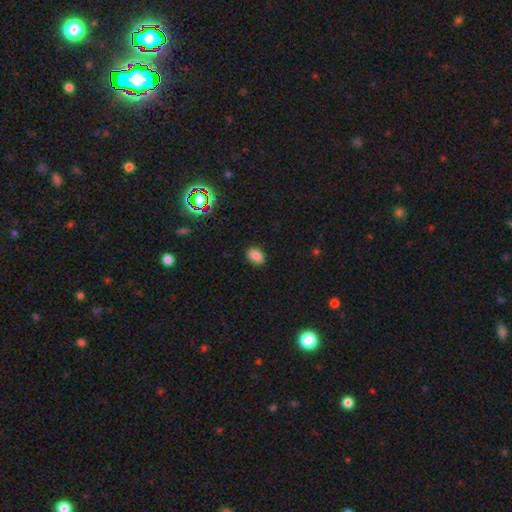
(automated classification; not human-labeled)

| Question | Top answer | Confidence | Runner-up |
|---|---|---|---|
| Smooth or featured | smooth | 84% | star or artifact (11%) |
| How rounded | in between | 73% | round (26%) |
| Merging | none | 89% | minor disturbance (8%) |